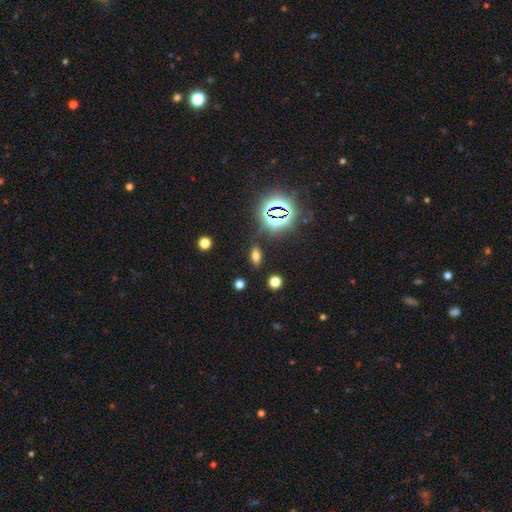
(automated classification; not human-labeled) A smooth galaxy with no disk features (59%) that is in between round and cigar-shaped (81%).

Vote fractions:
- Smooth or featured? smooth: 59% / star or artifact: 30% / featured or disk: 11%
- How rounded? in between: 81% / cigar-shaped: 11% / round: 8%
- Merging? none: 83% / minor disturbance: 10% / major disturbance: 4% / merger: 3%